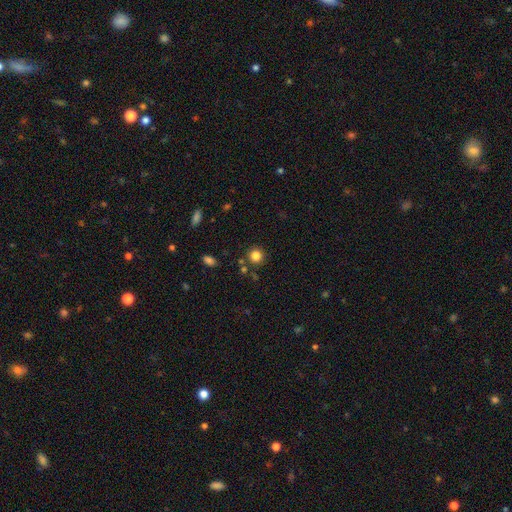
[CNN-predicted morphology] type=smooth (83%); roundness=round (92%); merging=none (83%).